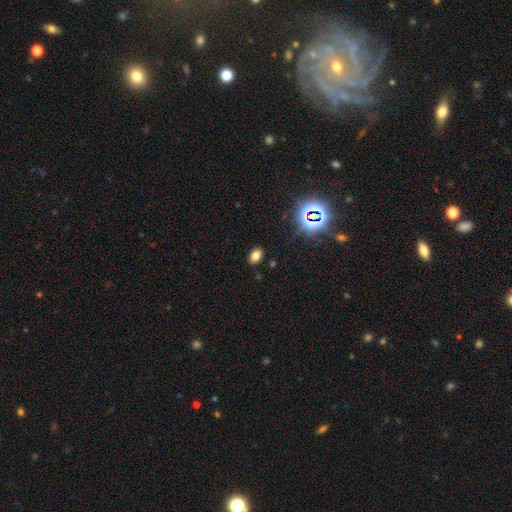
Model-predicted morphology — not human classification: smooth-or-featured: smooth: 73% | star or artifact: 20% | featured or disk: 7%
  how-rounded: in between: 83% | round: 15% | cigar-shaped: 1%
  merging: none: 88% | minor disturbance: 9% | major disturbance: 2% | merger: 1%